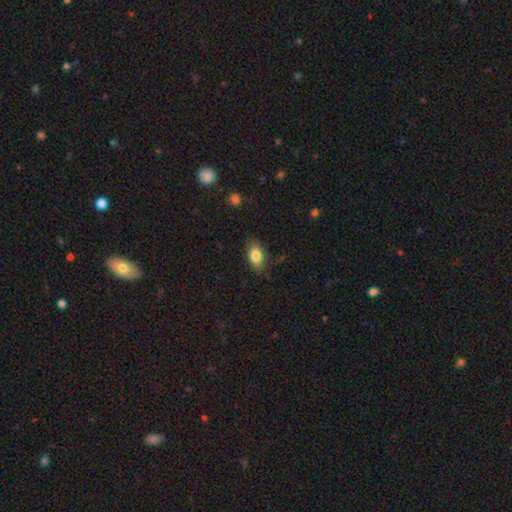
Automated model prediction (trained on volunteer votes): A smooth galaxy with no disk features (82%) that is in between round and cigar-shaped (88%). Merging: none (77%).